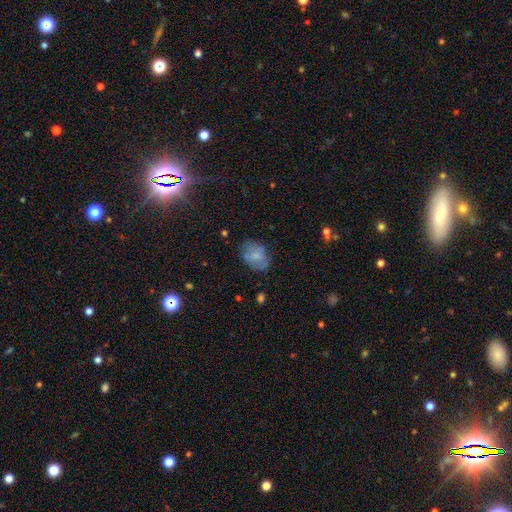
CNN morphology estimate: Overall: smooth (66%). How rounded: in between (71%). Merging: none (66%).